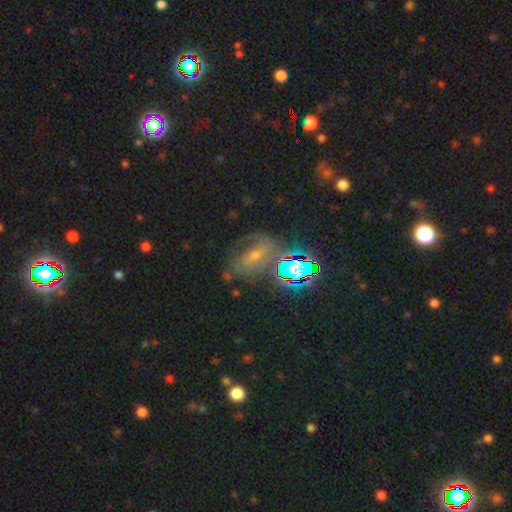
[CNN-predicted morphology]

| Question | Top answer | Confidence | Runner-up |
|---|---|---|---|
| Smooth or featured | featured or disk | 50% | star or artifact (30%) |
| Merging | none | 56% | minor disturbance (22%) |